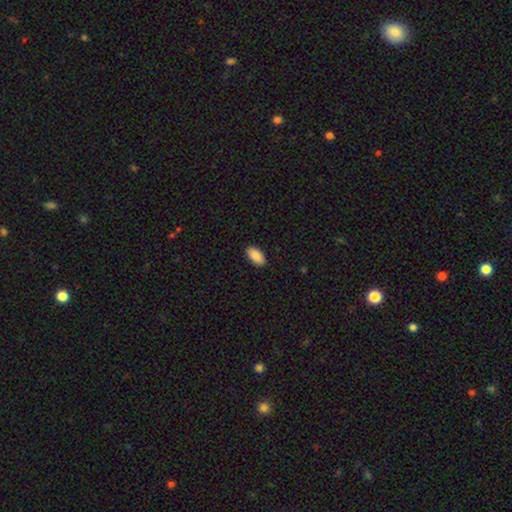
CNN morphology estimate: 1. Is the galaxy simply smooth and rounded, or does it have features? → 91% smooth, 6% star or artifact, 3% featured or disk.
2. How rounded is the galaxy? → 95% in between, 3% cigar-shaped, 3% round.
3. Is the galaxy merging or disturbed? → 90% none, 7% minor disturbance, 2% major disturbance, 1% merger.